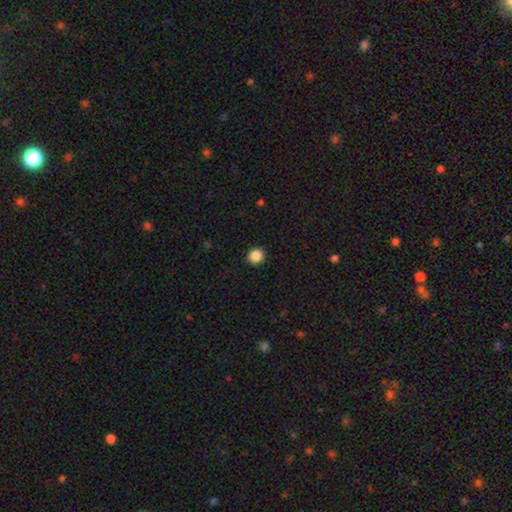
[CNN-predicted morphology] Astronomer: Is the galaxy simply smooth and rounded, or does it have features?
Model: smooth — 87%.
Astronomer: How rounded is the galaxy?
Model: round — 88%.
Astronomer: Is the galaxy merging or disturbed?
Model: none — 92%.